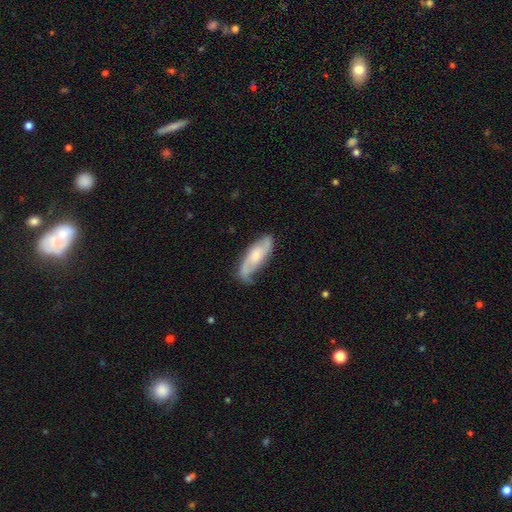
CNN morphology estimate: A featured or disk galaxy (64%) with no bar (60%), spiral arms (91%) and a moderate central bulge (43%).

Vote fractions:
- Smooth or featured? featured or disk: 64% / smooth: 30% / star or artifact: 6%
- Edge-on disk? no: 86% / yes: 14%
- Bar? no: 60% / weak: 32% / strong: 8%
- Spiral arms? yes: 91% / no: 9%
- Bulge size? moderate: 43% / small: 39% / none: 9% / large: 8% / dominant: 2%
- Merging? none: 68% / minor disturbance: 23% / major disturbance: 7% / merger: 2%